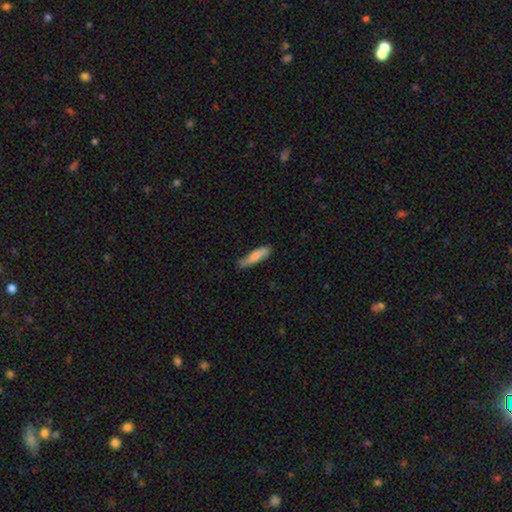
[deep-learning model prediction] Q: Smooth or featured?
A: smooth (80%); runner-up: featured or disk (14%)
Q: How rounded?
A: cigar-shaped (75%); runner-up: in between (24%)
Q: Merging?
A: none (76%); runner-up: minor disturbance (20%)